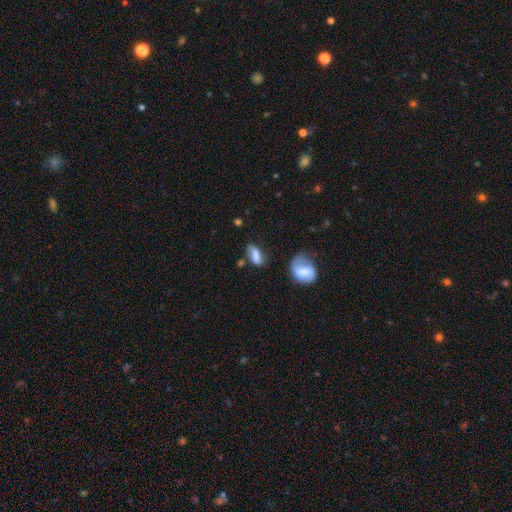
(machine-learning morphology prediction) Smooth or featured?
  - smooth: 69% *
  - featured or disk: 21%
  - star or artifact: 9%
How rounded?
  - in between: 85% *
  - cigar-shaped: 8%
  - round: 6%
Merging?
  - none: 49% *
  - minor disturbance: 30%
  - major disturbance: 13%
  - merger: 9%